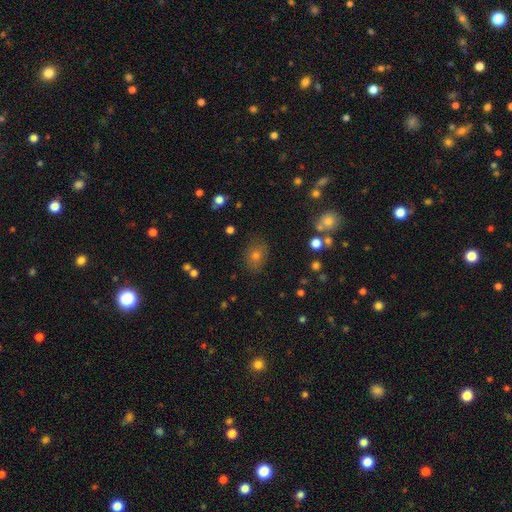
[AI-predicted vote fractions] smooth-or-featured: smooth: 66% | star or artifact: 22% | featured or disk: 12%
  how-rounded: in between: 57% | round: 41% | cigar-shaped: 1%
  merging: none: 81% | minor disturbance: 13% | major disturbance: 4% | merger: 2%